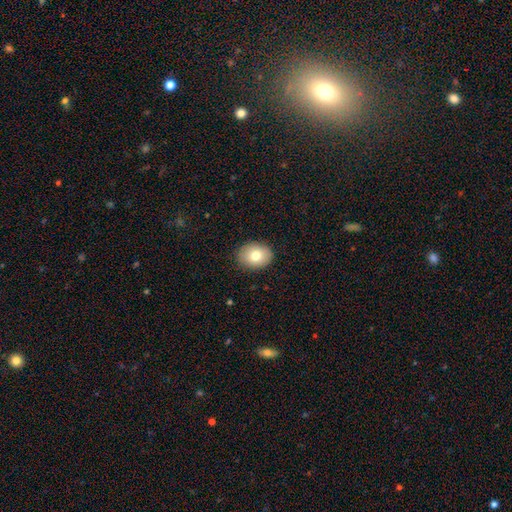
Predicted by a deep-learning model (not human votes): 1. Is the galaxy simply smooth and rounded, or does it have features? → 77% smooth, 14% featured or disk, 9% star or artifact.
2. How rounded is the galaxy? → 59% in between, 40% round, 1% cigar-shaped.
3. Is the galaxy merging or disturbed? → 88% none, 9% minor disturbance, 2% major disturbance, 1% merger.